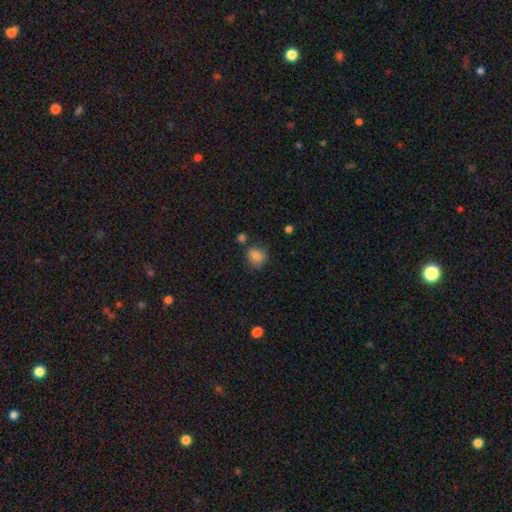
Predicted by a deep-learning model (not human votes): The model was most divided on "how rounded": round: 64%, in between: 35%, cigar-shaped: 1%. More confident: smooth or featured — smooth (82%); merging — none (65%).